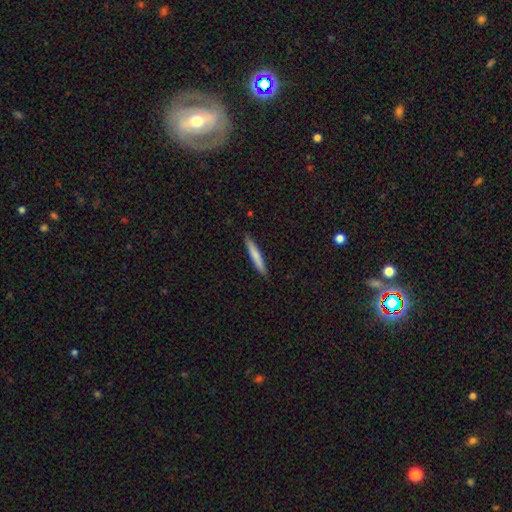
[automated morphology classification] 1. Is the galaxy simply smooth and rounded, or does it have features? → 73% smooth, 22% featured or disk, 5% star or artifact.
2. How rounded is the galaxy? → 95% cigar-shaped, 4% in between, 1% round.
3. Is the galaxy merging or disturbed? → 90% none, 7% minor disturbance, 1% major disturbance, 1% merger.